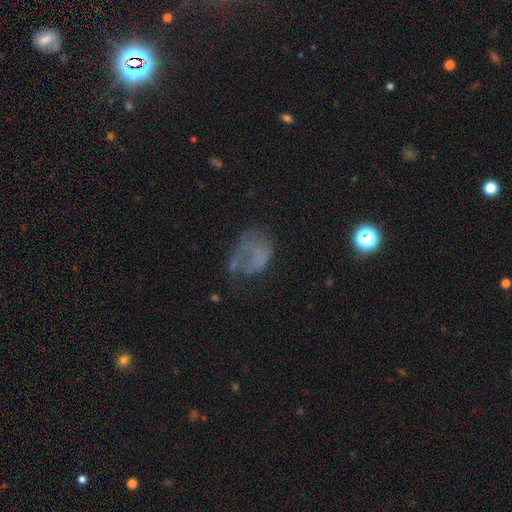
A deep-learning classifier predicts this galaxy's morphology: featured or disk 41%, smooth 40%, star or artifact 19%. Down the decision tree: merging — major disturbance (44%).